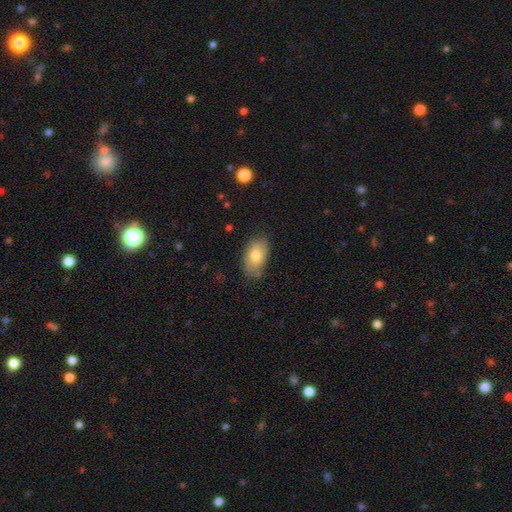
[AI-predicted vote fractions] smooth_or_featured: smooth (p=0.76) [alt: featured or disk p=0.17]
how_rounded: in between (p=0.91) [alt: round p=0.07]
merging: none (p=0.74) [alt: minor disturbance p=0.20]